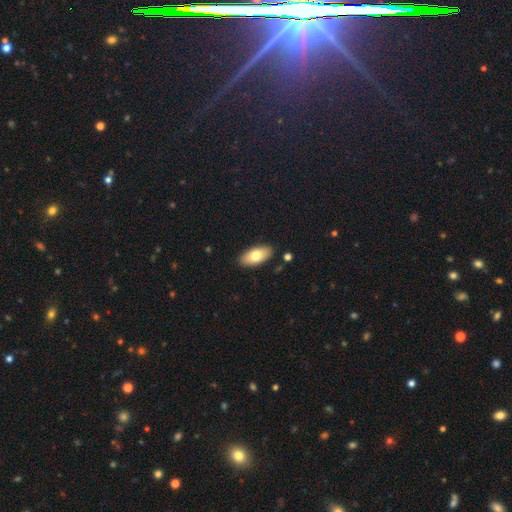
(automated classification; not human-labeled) Overall: smooth (75%). How rounded: in between (92%). Merging: none (87%).